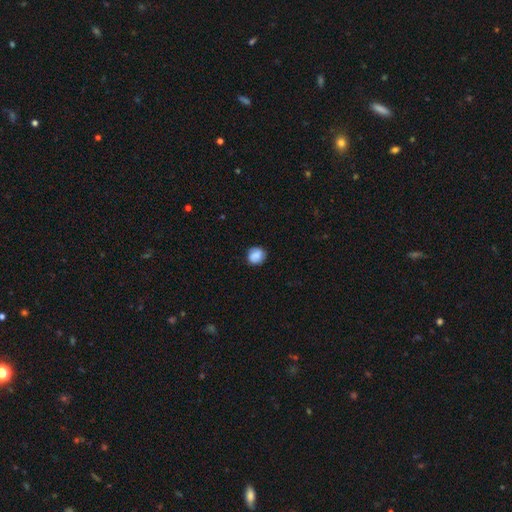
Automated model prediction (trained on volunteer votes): Morphology: type=smooth (80%); roundness=round (81%); merging=none (82%).